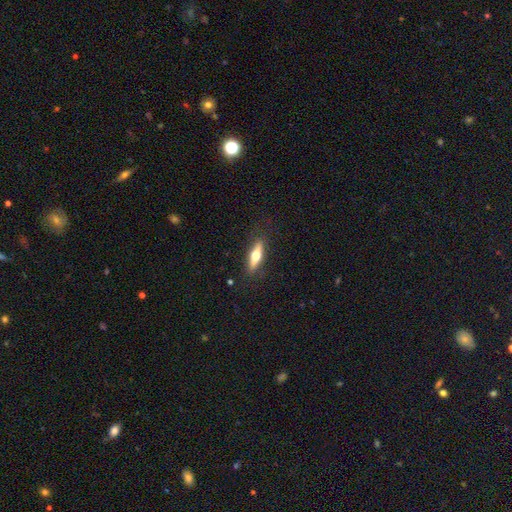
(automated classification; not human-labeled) Morphology: type=smooth (49%); merging=none (86%).